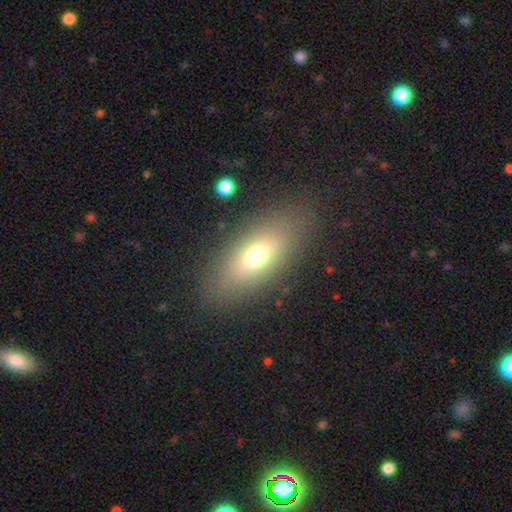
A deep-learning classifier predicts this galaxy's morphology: smooth_or_featured: smooth (p=0.67) [alt: featured or disk p=0.22]
how_rounded: in between (p=0.79) [alt: cigar-shaped p=0.14]
merging: none (p=0.83) [alt: minor disturbance p=0.10]